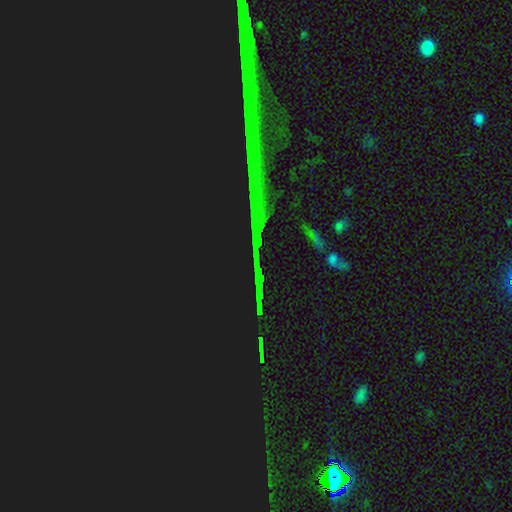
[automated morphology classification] Smooth or featured? Predicted: star or artifact (p=0.87).